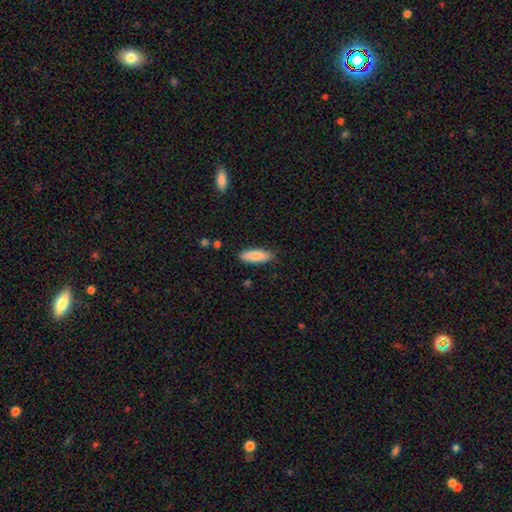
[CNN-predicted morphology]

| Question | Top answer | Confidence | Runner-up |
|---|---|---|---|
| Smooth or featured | smooth | 85% | featured or disk (9%) |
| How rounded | in between | 55% | cigar-shaped (43%) |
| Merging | none | 85% | minor disturbance (11%) |